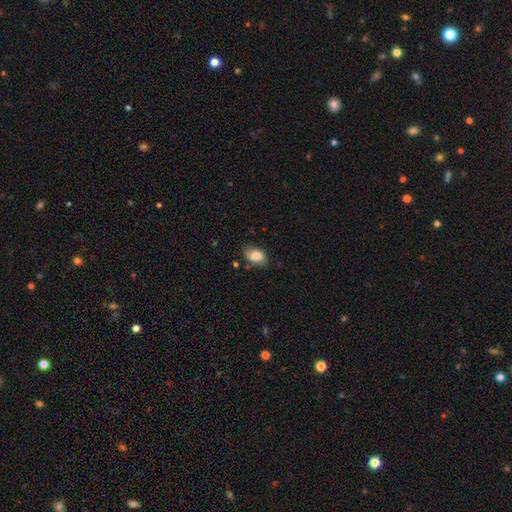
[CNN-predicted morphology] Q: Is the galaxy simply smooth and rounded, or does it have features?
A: smooth — 75%.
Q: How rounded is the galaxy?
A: in between — 84%.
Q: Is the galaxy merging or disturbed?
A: none — 64%.